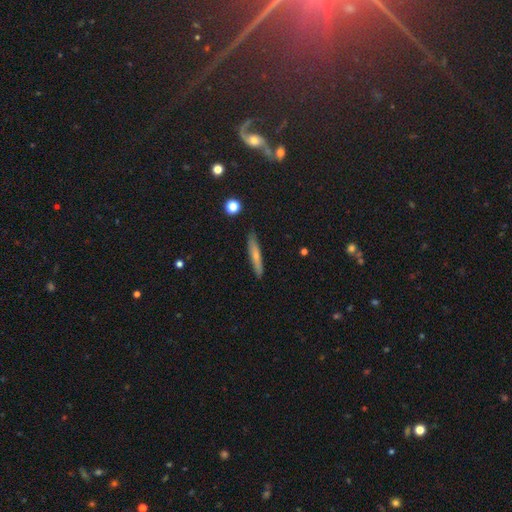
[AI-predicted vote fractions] A smooth galaxy with no disk features (65%) that is cigar-shaped (91%). Merging: none (86%).